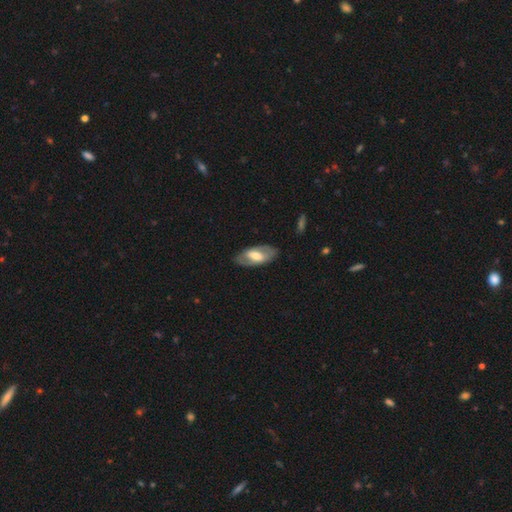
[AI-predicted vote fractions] This is possibly a featured or disk galaxy (55%). It is clearly not viewed edge-on (85%). Merging: clearly none (81%).